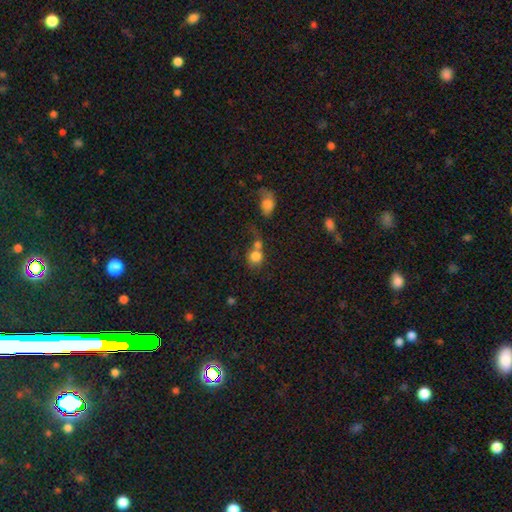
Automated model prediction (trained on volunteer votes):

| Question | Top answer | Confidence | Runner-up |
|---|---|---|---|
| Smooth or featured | smooth | 79% | featured or disk (11%) |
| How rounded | round | 78% | in between (21%) |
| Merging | merger | 52% | none (30%) |